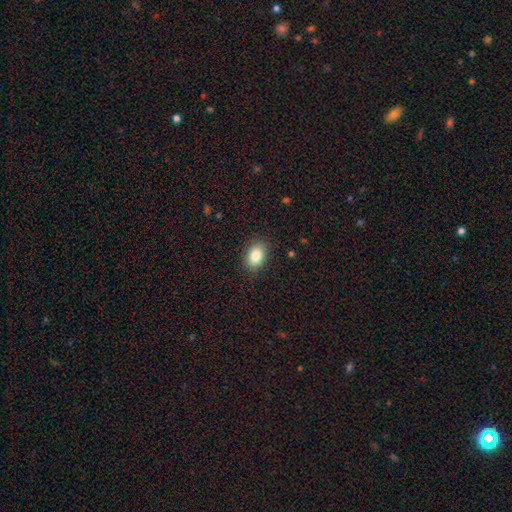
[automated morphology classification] Smooth or featured? Predicted: smooth (p=0.84). How rounded? Predicted: in between (p=0.81). Merging? Predicted: none (p=0.86).